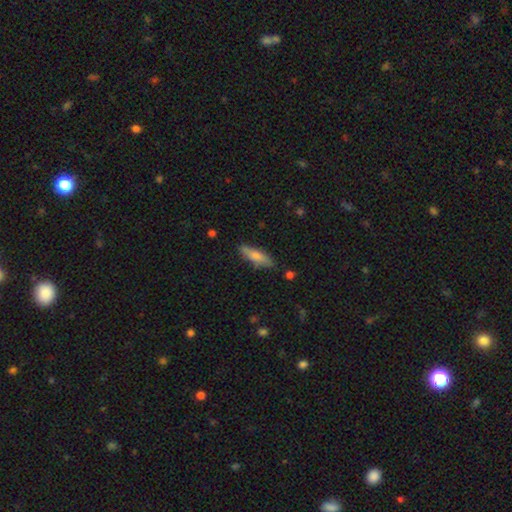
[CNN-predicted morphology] Overall: smooth (68%). How rounded: cigar-shaped (63%; in between 35%). Merging: none (82%).